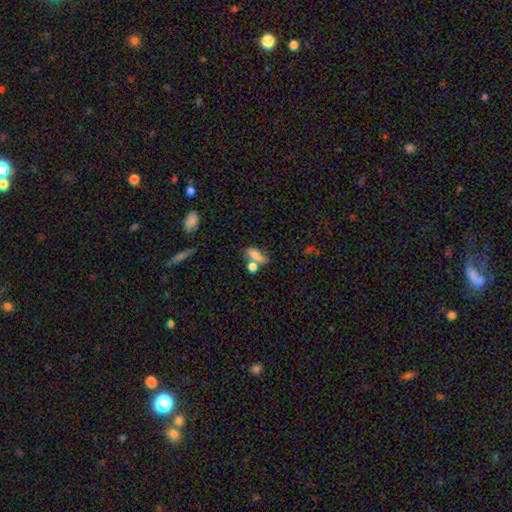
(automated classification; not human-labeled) Smooth or featured: smooth — 72% (featured or disk — 17%)
How rounded: in between — 66% (cigar-shaped — 24%)
Merging: none — 50% (merger — 28%)